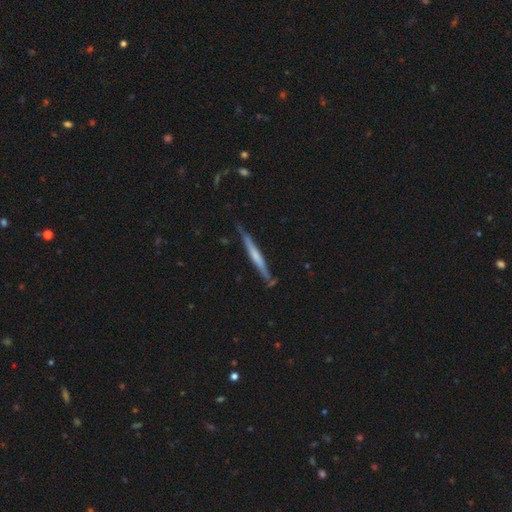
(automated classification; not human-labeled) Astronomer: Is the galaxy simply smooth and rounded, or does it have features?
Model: featured or disk — 54% (runner-up: smooth, 41%).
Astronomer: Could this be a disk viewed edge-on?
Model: yes — 96%.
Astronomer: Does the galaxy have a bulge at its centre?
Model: none — 60%.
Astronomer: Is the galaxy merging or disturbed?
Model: none — 78%.